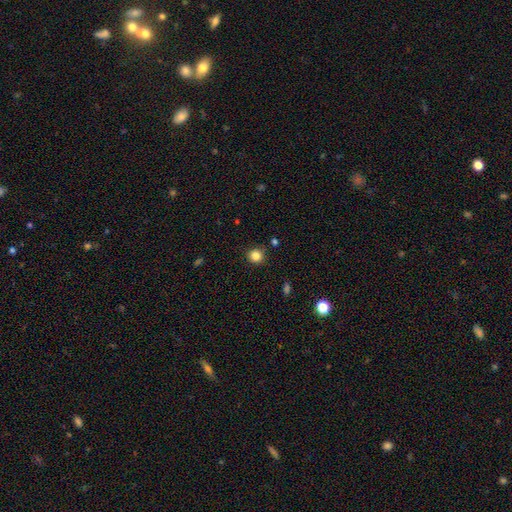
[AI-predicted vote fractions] Smooth or featured?
  - smooth: 84% *
  - star or artifact: 12%
  - featured or disk: 4%
How rounded?
  - round: 91% *
  - in between: 8%
  - cigar-shaped: 1%
Merging?
  - none: 86% *
  - minor disturbance: 9%
  - major disturbance: 2%
  - merger: 2%